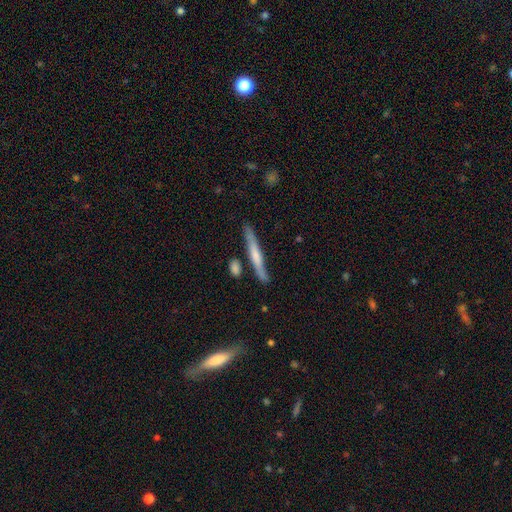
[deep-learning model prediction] This appears to be a featured or disk galaxy (47%, tied with smooth). Merging: none (78%).